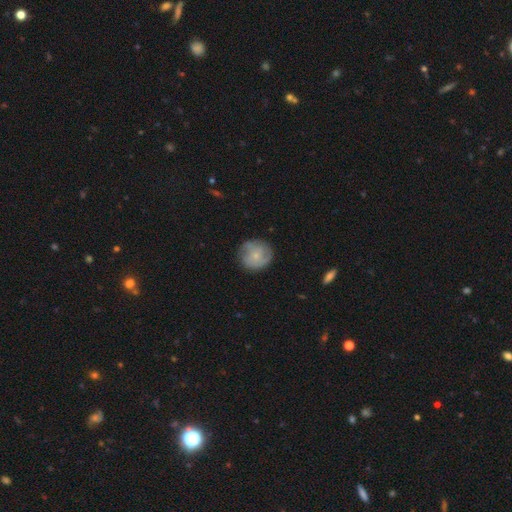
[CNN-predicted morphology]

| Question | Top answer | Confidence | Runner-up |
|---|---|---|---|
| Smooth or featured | featured or disk | 49% | smooth (44%) |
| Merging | none | 74% | minor disturbance (19%) |